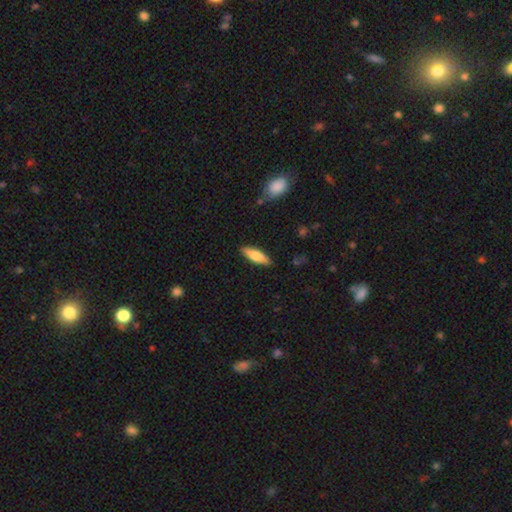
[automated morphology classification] A smooth galaxy with no disk features (68%) that is cigar-shaped (51%).

Vote fractions:
- Smooth or featured? smooth: 68% / featured or disk: 27% / star or artifact: 6%
- How rounded? cigar-shaped: 51% / in between: 47% / round: 2%
- Merging? none: 88% / minor disturbance: 9% / major disturbance: 2% / merger: 1%